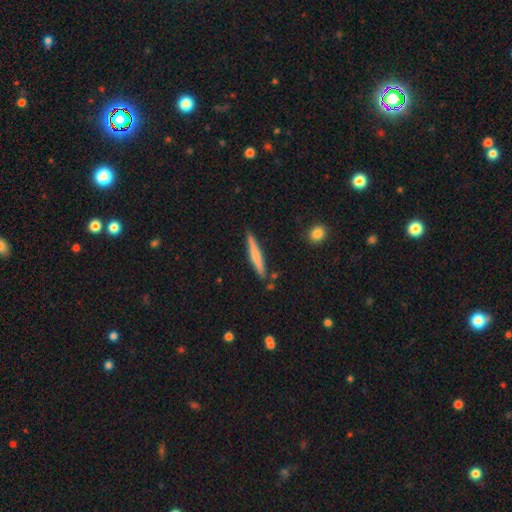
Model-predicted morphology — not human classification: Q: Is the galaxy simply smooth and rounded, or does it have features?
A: smooth — 57%.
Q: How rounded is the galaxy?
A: cigar-shaped — 95%.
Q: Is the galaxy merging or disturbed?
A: none — 85%.